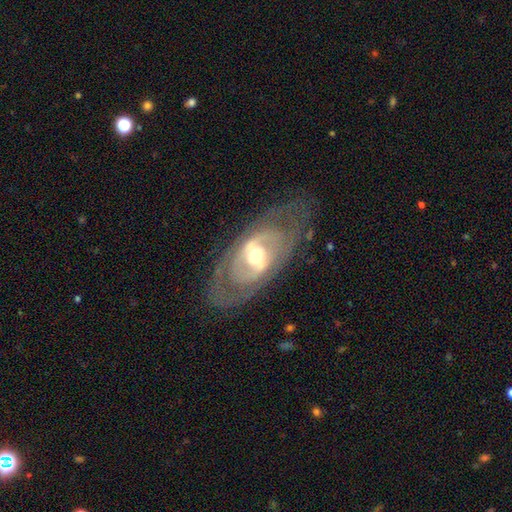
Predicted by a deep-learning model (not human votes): A featured or disk galaxy (77%) with a weak bar (36%), spiral arms (55%) and a moderate central bulge (67%). Merging: none (72%).